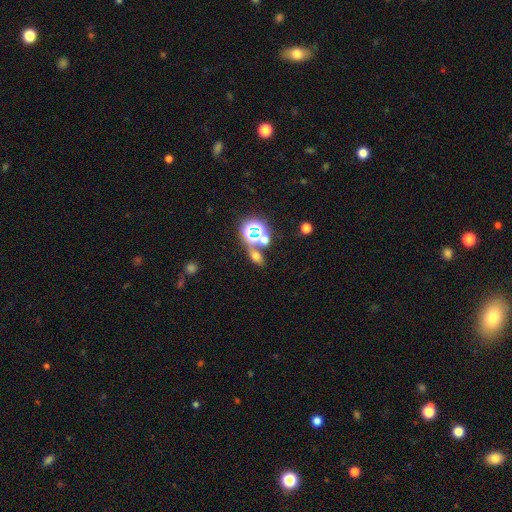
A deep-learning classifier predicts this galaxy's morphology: Smooth or featured?
  - smooth: 51% *
  - star or artifact: 34%
  - featured or disk: 15%
How rounded?
  - in between: 69% *
  - round: 25%
  - cigar-shaped: 6%
Merging?
  - none: 57% *
  - merger: 26%
  - minor disturbance: 11%
  - major disturbance: 6%